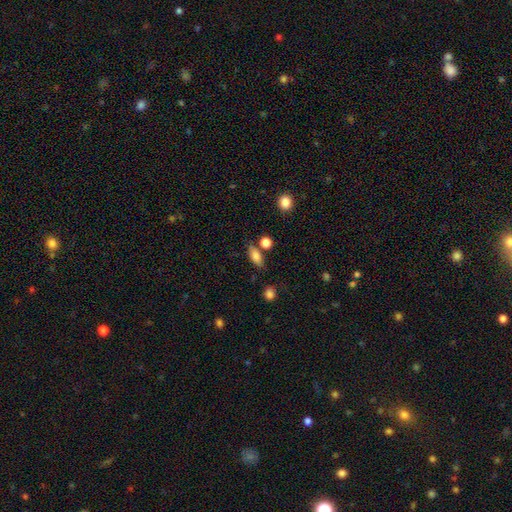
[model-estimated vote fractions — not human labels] This appears to be a smooth galaxy with no disk features (79%) that is in between round and cigar-shaped (79%). Merging: none (72%).